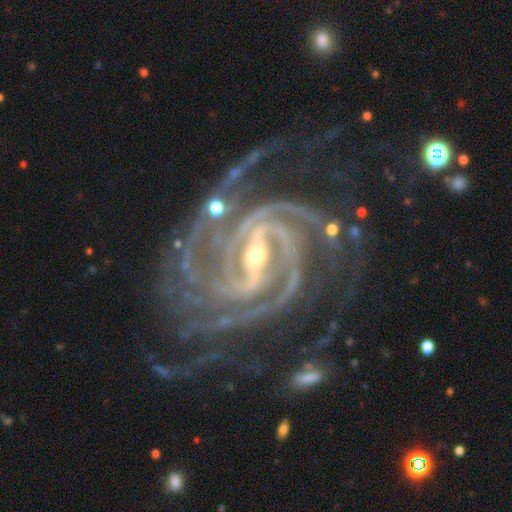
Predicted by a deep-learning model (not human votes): smooth-or-featured: featured or disk: 94% | star or artifact: 4% | smooth: 2%
  disk-edge-on: no: 98% | yes: 2%
    bar: strong: 67% | weak: 23% | no: 10%
    has-spiral-arms: yes: 99% | no: 1%
      spiral-winding: tight: 64% | medium: 30% | loose: 6%
      spiral-arm-count: 4: 26% | 3: 25% | 2: 16% | more than 4: 13% | can't tell: 11% | 1: 9%
    bulge-size: small: 67% | moderate: 30% | large: 2% | none: 1% | dominant: 1%
  merging: none: 63% | minor disturbance: 17% | major disturbance: 16% | merger: 3%